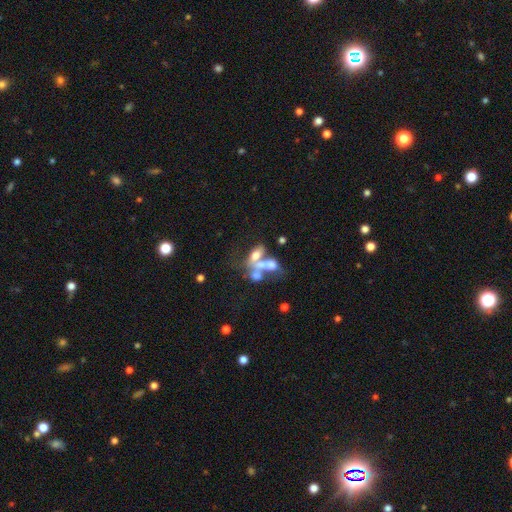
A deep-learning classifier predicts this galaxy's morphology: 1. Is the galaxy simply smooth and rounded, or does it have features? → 45% smooth, 41% featured or disk, 14% star or artifact.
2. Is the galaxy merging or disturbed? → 61% merger, 16% none, 15% major disturbance, 8% minor disturbance.